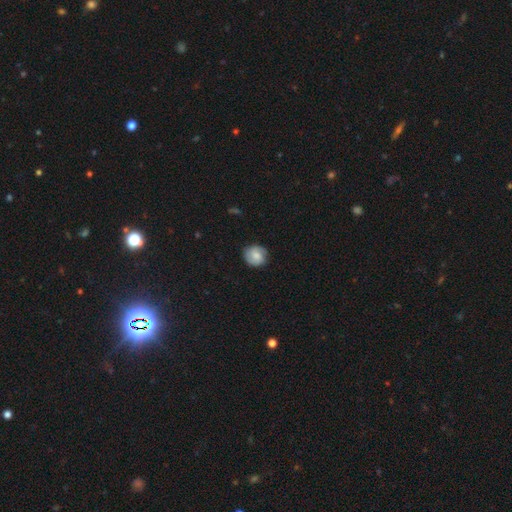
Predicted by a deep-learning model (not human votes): Morphology: type=smooth (61%); roundness=round (81%); merging=none (81%).